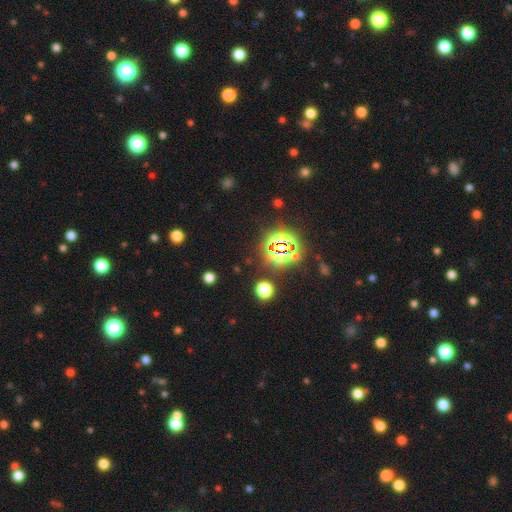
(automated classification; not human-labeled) Smooth or featured: star or artifact — 75% (smooth — 18%)